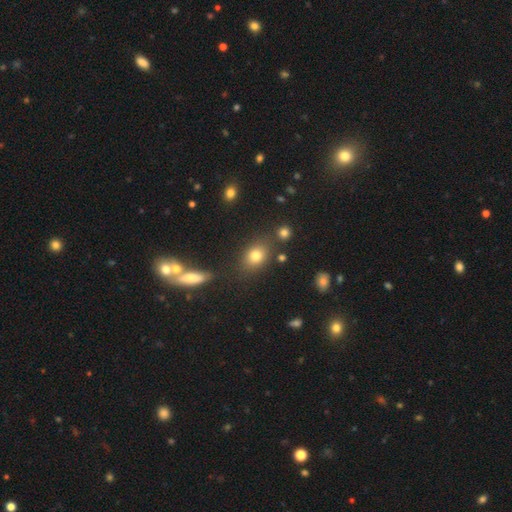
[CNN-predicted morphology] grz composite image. It shows a smooth galaxy with no disk features (78%) that is in between round and cigar-shaped (60%). Merging: none (75%).